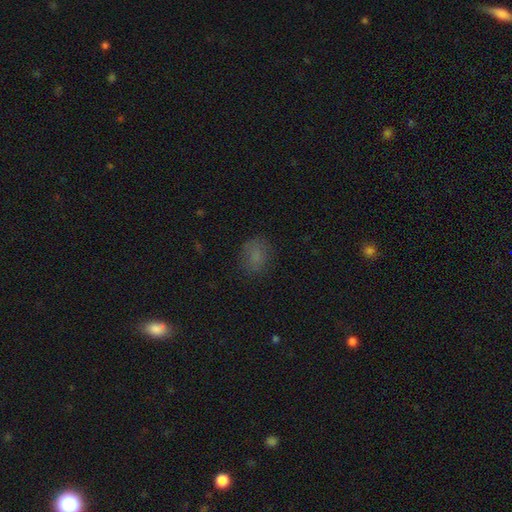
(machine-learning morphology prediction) This is likely a smooth galaxy (75%). How rounded: possibly in between (57%). Merging: likely none (76%).